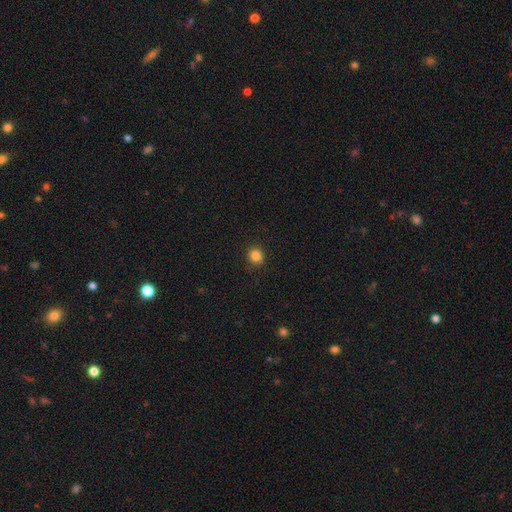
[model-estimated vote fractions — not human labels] Smooth or featured? smooth (84%)
How rounded? round (88%)
Merging? none (90%)